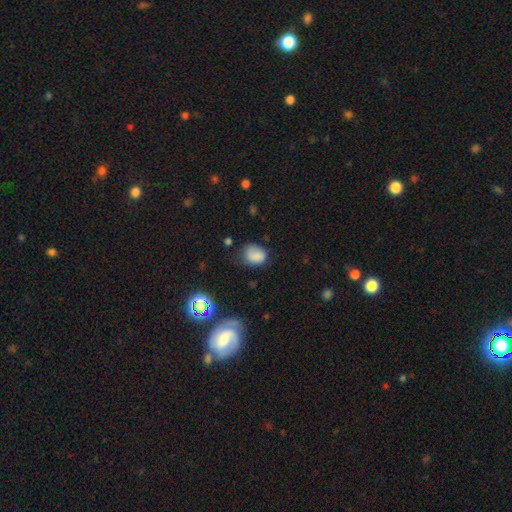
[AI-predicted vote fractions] This is likely a smooth galaxy (79%). How rounded: possibly in between (55%). Merging: possibly none (53%).